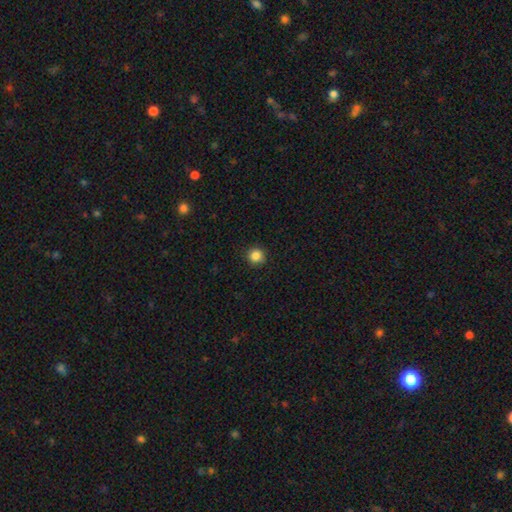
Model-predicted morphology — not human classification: smooth_or_featured: smooth (p=0.85) [alt: star or artifact p=0.11]
how_rounded: round (p=0.94) [alt: in between p=0.05]
merging: none (p=0.91) [alt: minor disturbance p=0.06]